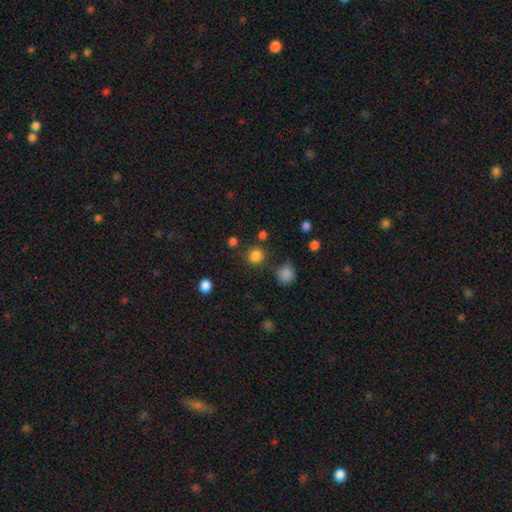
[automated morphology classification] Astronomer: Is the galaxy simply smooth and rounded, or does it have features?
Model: smooth — 82%.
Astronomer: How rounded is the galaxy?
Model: round — 93%.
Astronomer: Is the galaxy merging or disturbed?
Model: none — 83%.